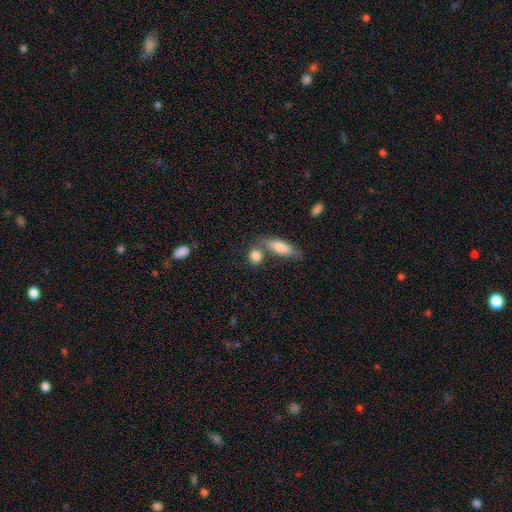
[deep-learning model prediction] Q: Smooth or featured?
A: smooth (84%); runner-up: featured or disk (8%)
Q: How rounded?
A: round (60%); runner-up: in between (34%)
Q: Merging?
A: none (55%); runner-up: merger (30%)